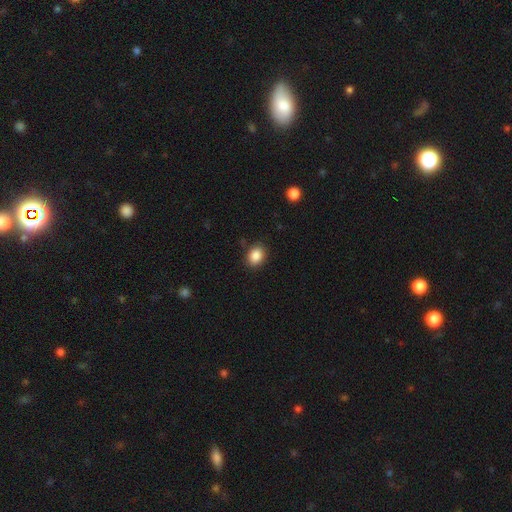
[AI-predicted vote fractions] Smooth or featured: smooth — 87% (star or artifact — 9%)
How rounded: in between — 51% (round — 49%)
Merging: none — 87% (minor disturbance — 10%)